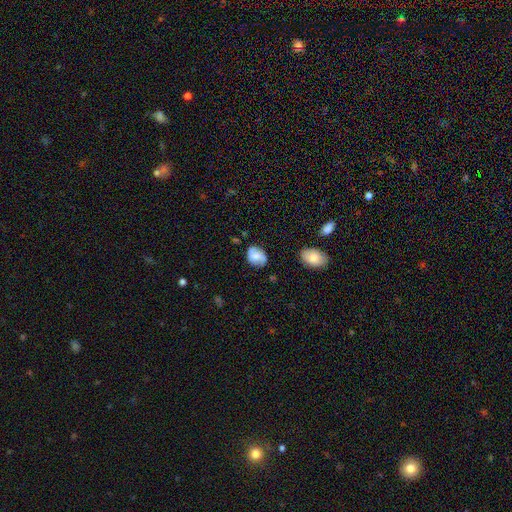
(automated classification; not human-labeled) Morphology: type=smooth (47%); merging=none (74%).